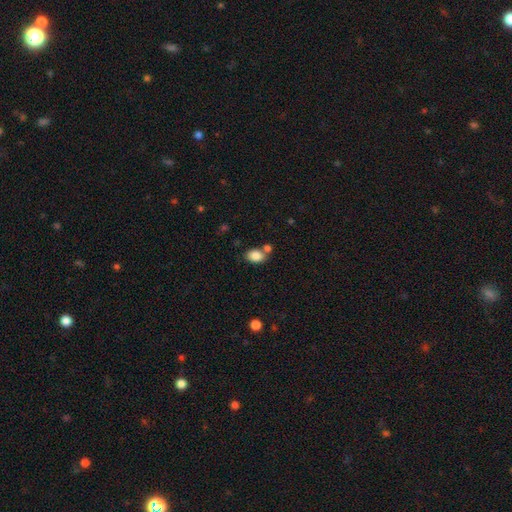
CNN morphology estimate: smooth 85%, star or artifact 8%, featured or disk 6%. Down the decision tree: how rounded — in between (82%); merging — none (61%).